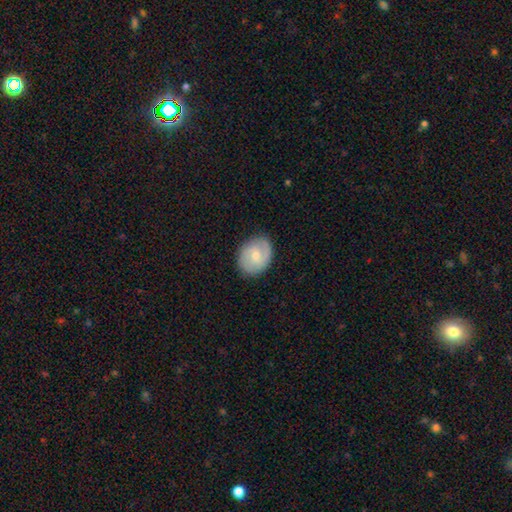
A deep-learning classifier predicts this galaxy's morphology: Smooth or featured? Predicted: featured or disk (p=0.59). Edge-on disk? Predicted: no (p=0.97). Bar? Predicted: weak (p=0.47). Spiral arms? Predicted: yes (p=0.88). Spiral winding? Predicted: medium (p=0.45). Spiral arm count? Predicted: 2 (p=0.76). Bulge size? Predicted: small (p=0.49). Merging? Predicted: none (p=0.83).